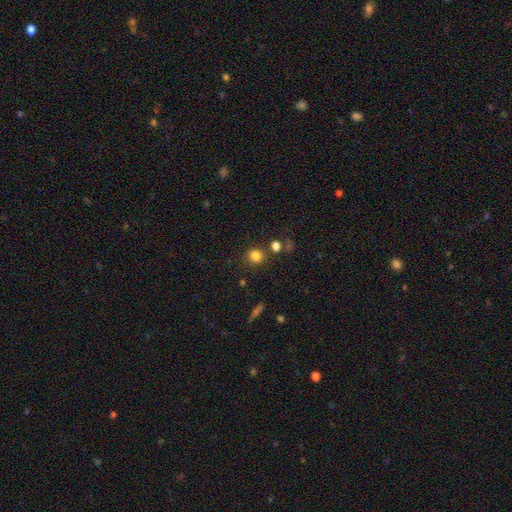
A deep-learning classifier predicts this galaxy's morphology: This appears to be a smooth galaxy with no disk features (82%) that is round (84%). Merging: none (80%).